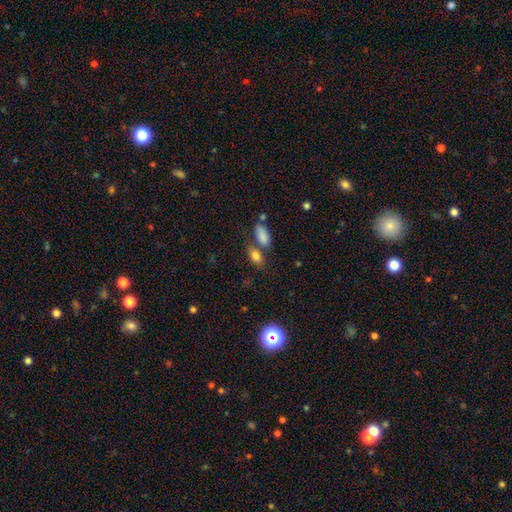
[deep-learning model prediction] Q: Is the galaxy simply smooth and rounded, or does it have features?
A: smooth — 82%.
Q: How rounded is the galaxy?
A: in between — 86%.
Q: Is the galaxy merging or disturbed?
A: none — 50%.